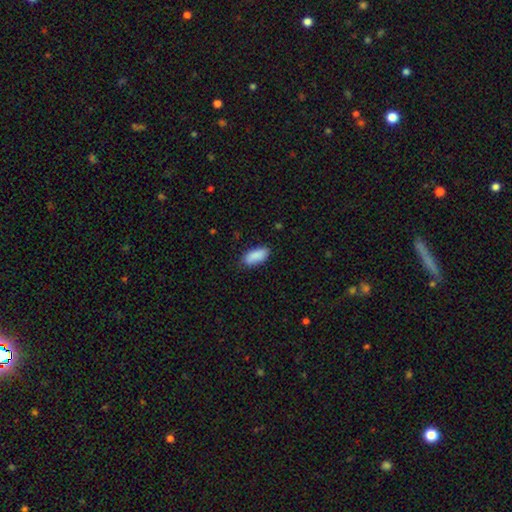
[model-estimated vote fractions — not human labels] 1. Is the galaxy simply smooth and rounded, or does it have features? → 89% smooth, 6% star or artifact, 5% featured or disk.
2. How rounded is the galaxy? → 89% in between, 9% cigar-shaped, 2% round.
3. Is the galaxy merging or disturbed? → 79% none, 16% minor disturbance, 3% major disturbance, 1% merger.